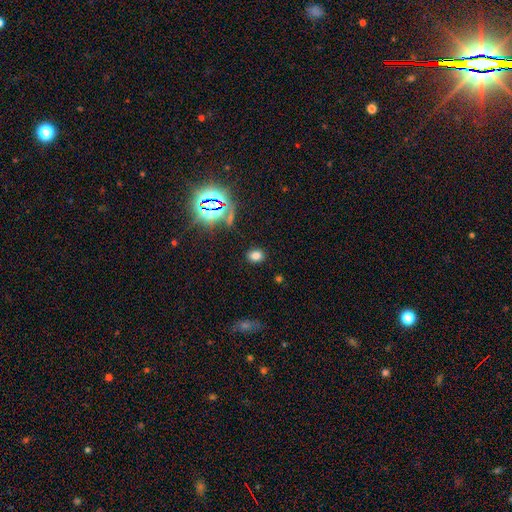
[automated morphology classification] type=smooth (73%); roundness=in between (51%); merging=none (86%).